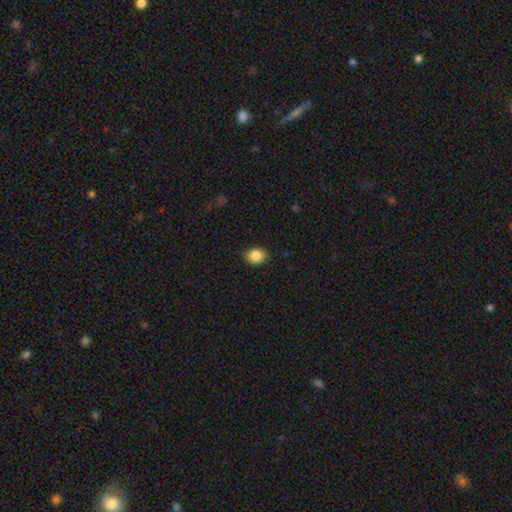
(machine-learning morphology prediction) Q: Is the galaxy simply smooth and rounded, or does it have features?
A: smooth — 87%.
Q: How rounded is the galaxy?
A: in between — 55%.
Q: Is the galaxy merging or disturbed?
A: none — 87%.